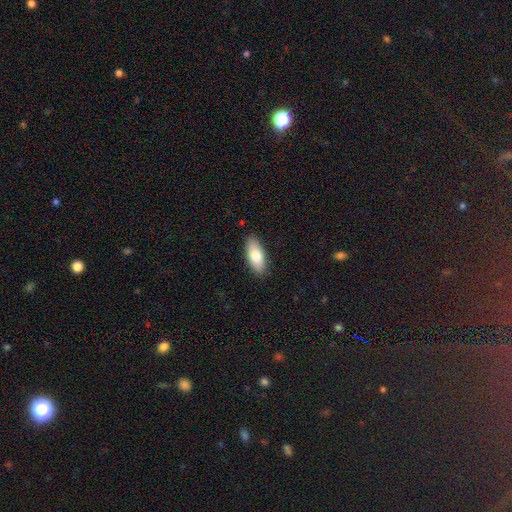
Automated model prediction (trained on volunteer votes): Smooth or featured? smooth (81%)
How rounded? in between (83%)
Merging? none (88%)